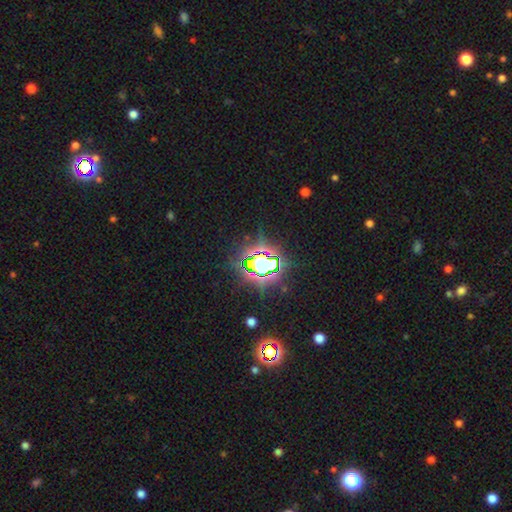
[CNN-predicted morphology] smooth-or-featured: star or artifact: 74% | smooth: 15% | featured or disk: 11%